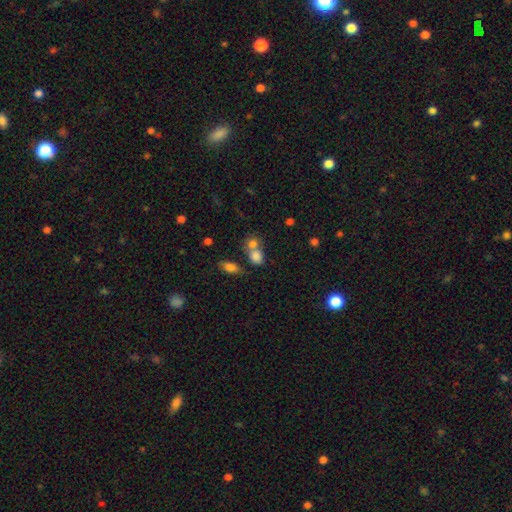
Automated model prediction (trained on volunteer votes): smooth 80%, star or artifact 12%, featured or disk 8%. Down the decision tree: how rounded — round (52%); merging — merger (46%).